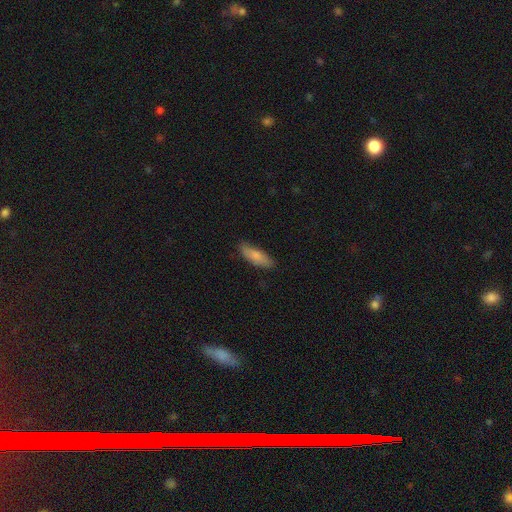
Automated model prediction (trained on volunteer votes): The model was most divided on "how rounded": in between: 51%, cigar-shaped: 47%, round: 2%. More confident: merging — none (82%); smooth or featured — smooth (82%).